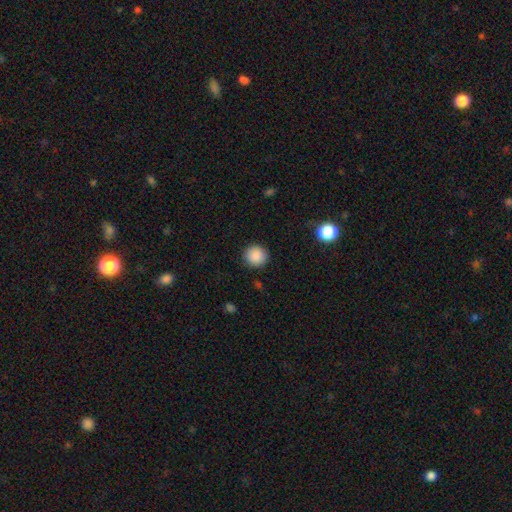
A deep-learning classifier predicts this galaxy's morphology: type=smooth (88%); roundness=round (93%); merging=none (91%).